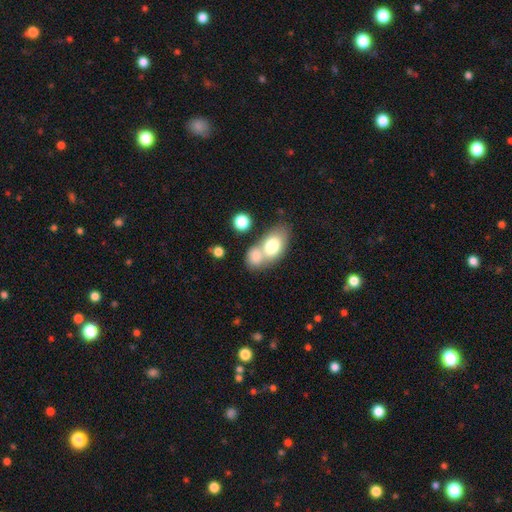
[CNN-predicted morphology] smooth_or_featured: smooth (p=0.76) [alt: featured or disk p=0.16]
how_rounded: in between (p=0.77) [alt: round p=0.20]
merging: merger (p=0.58) [alt: none p=0.28]